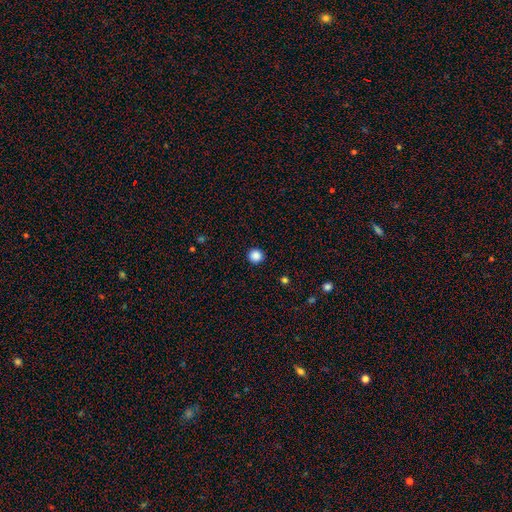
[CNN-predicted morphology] Overall: smooth (87%). How rounded: round (95%). Merging: none (93%).